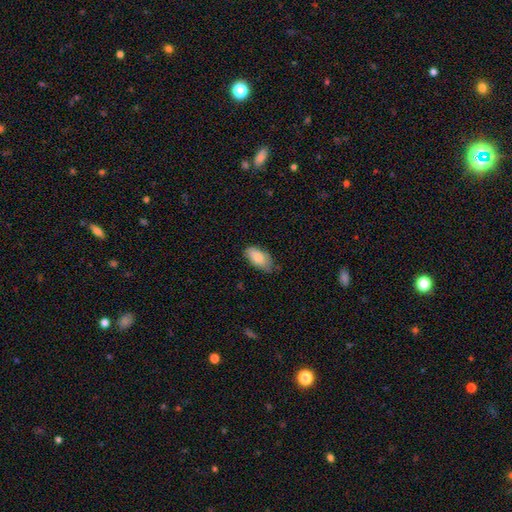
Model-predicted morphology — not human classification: smooth 82%, featured or disk 12%, star or artifact 7%. Down the decision tree: how rounded — in between (92%); merging — none (69%).